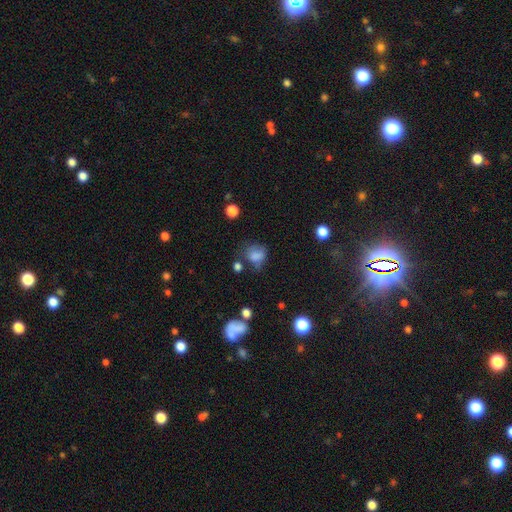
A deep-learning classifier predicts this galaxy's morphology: Smooth or featured? smooth (76%)
How rounded? round (56%)
Merging? none (43%)